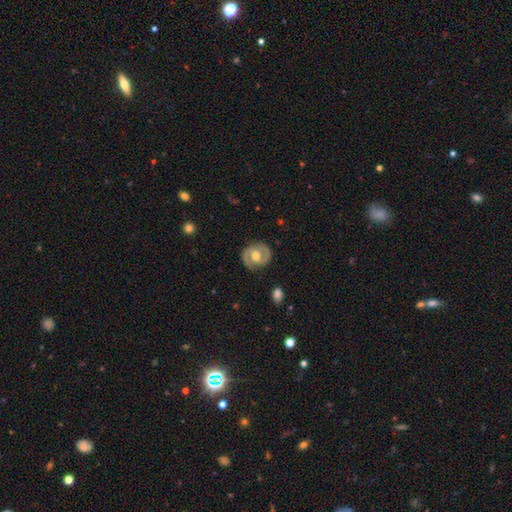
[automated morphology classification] Smooth or featured: featured or disk — 77% (smooth — 18%)
Edge-on disk: no — 97% (yes — 3%)
Bar: no — 49% (weak — 37%)
Spiral arms: yes — 84% (no — 16%)
Spiral winding: medium — 46% (tight — 39%)
Spiral arm count: 2 — 88% (can't tell — 5%)
Bulge size: moderate — 77% (large — 12%)
Merging: none — 84% (minor disturbance — 11%)